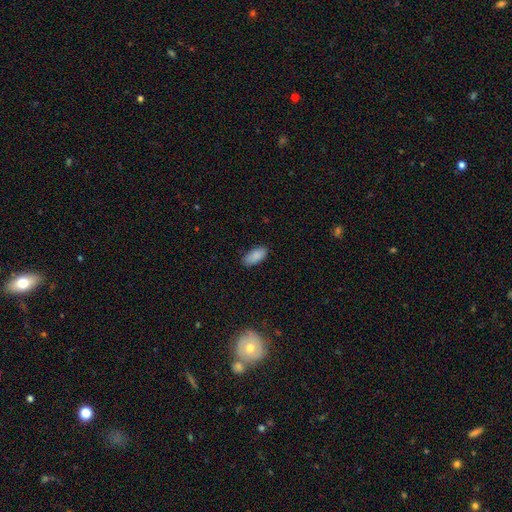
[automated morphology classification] Smooth or featured? smooth (88%)
How rounded? in between (89%)
Merging? none (84%)